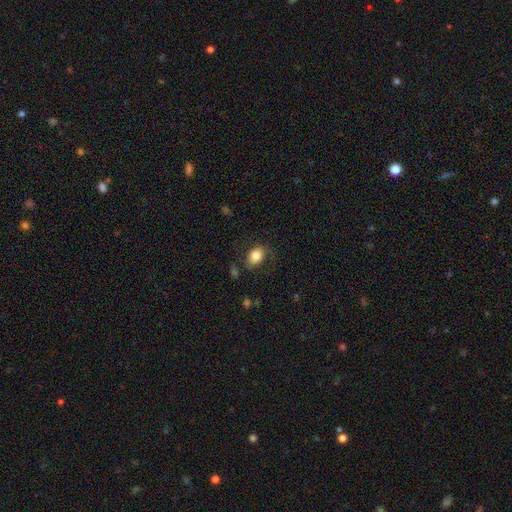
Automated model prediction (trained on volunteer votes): A smooth galaxy with no disk features (77%) that is in between round and cigar-shaped (77%).

Vote fractions:
- Smooth or featured? smooth: 77% / featured or disk: 15% / star or artifact: 8%
- How rounded? in between: 77% / round: 22% / cigar-shaped: 1%
- Merging? none: 68% / minor disturbance: 19% / major disturbance: 11% / merger: 2%